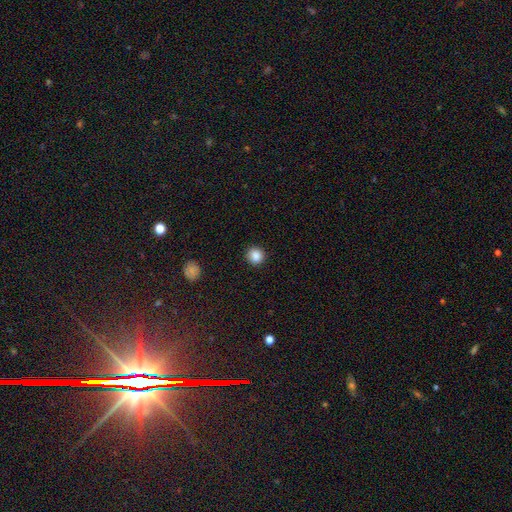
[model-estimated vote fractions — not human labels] smooth_or_featured: smooth (p=0.87) [alt: star or artifact p=0.10]
how_rounded: round (p=0.92) [alt: in between p=0.07]
merging: none (p=0.92) [alt: minor disturbance p=0.05]